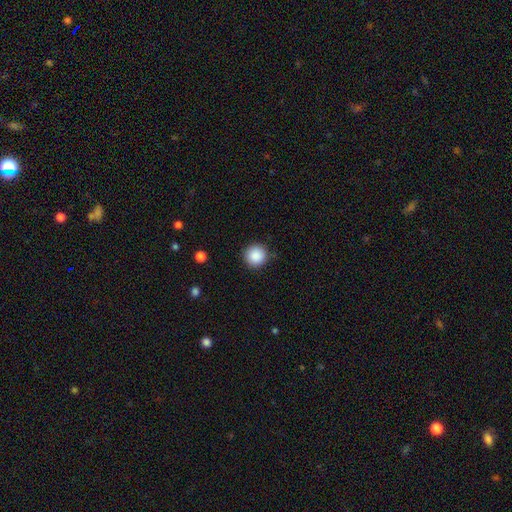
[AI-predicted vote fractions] Smooth or featured? smooth (88%)
How rounded? round (95%)
Merging? none (89%)